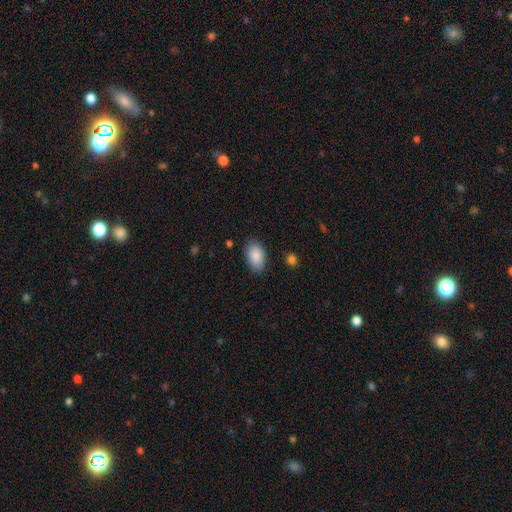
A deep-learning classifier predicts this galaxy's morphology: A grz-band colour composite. It shows a smooth galaxy with no disk features (89%) that is in between round and cigar-shaped (93%). Merging: none (84%).